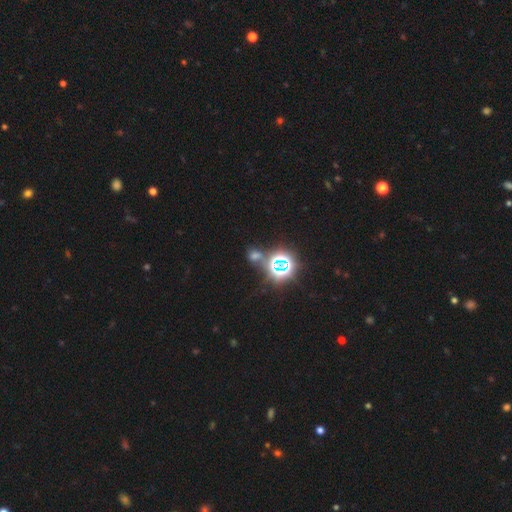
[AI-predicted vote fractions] Smooth or featured? star or artifact (59%)